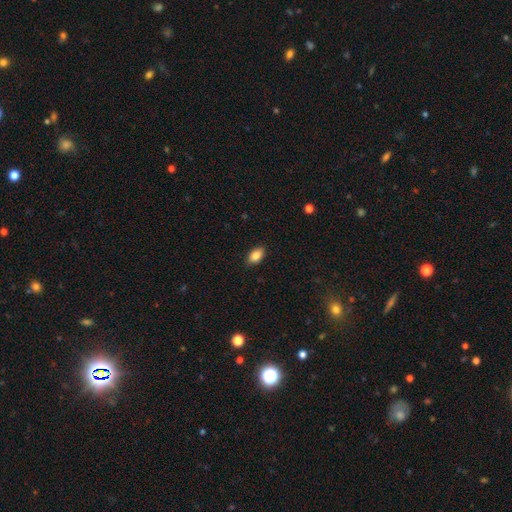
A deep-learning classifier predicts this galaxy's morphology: Smooth or featured?
  - smooth: 87% *
  - star or artifact: 8%
  - featured or disk: 6%
How rounded?
  - in between: 92% *
  - round: 6%
  - cigar-shaped: 3%
Merging?
  - none: 89% *
  - minor disturbance: 9%
  - major disturbance: 2%
  - merger: 1%